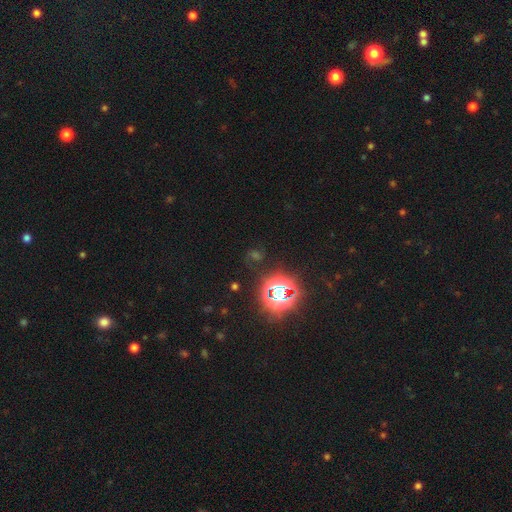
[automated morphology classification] Smooth or featured?
  - star or artifact: 71% *
  - smooth: 21%
  - featured or disk: 9%